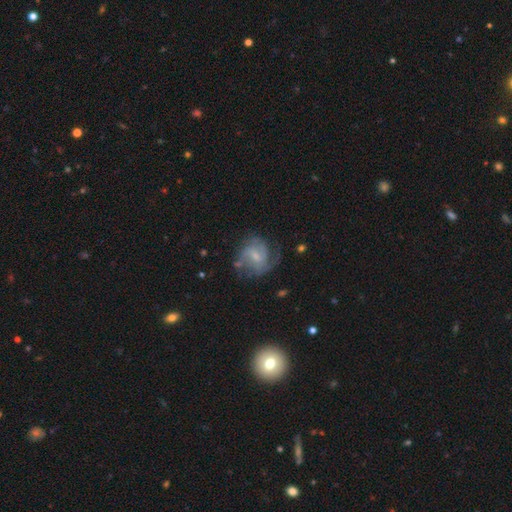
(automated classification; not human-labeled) A featured or disk galaxy (68%) with a weak bar (51%), 2 (36%) medium (45%) spiral arms (84%) and a small central bulge (53%).

Vote fractions:
- Smooth or featured? featured or disk: 68% / smooth: 24% / star or artifact: 8%
- Edge-on disk? no: 97% / yes: 3%
- Bar? weak: 51% / no: 40% / strong: 10%
- Spiral arms? yes: 84% / no: 16%
- Spiral winding? medium: 45% / tight: 33% / loose: 23%
- Spiral arm count? 2: 36% / can't tell: 32% / 3: 17% / 1: 8% / 4: 4% / more than 4: 3%
- Bulge size? small: 53% / moderate: 32% / none: 11% / large: 3% / dominant: 1%
- Merging? none: 55% / minor disturbance: 23% / major disturbance: 19% / merger: 3%